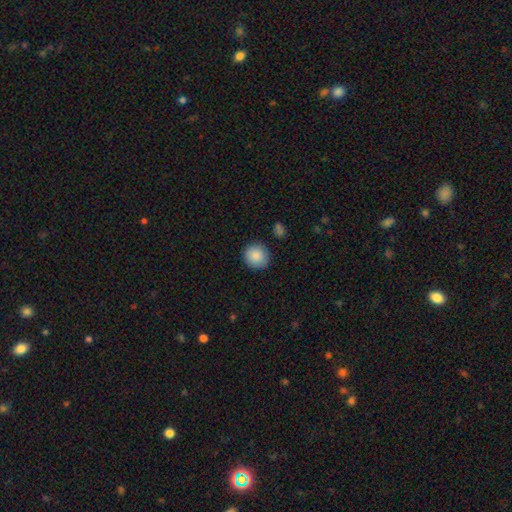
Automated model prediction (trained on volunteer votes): The model was most divided on "merging": none: 88%, minor disturbance: 8%, major disturbance: 2%, merger: 2%. More confident: how rounded — round (90%); smooth or featured — smooth (89%).